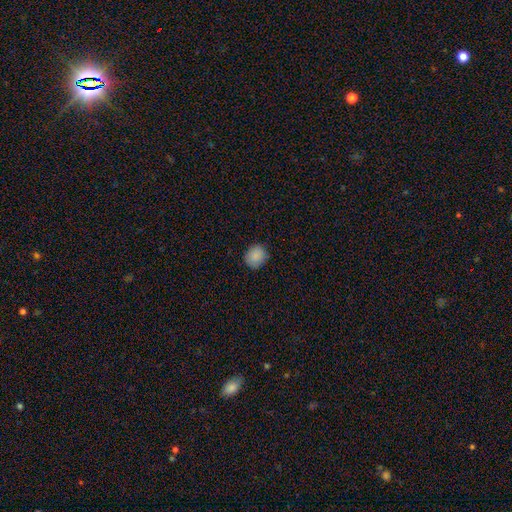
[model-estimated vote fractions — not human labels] This appears to be a smooth galaxy with no disk features (88%) that is round (76%). Merging: none (86%).